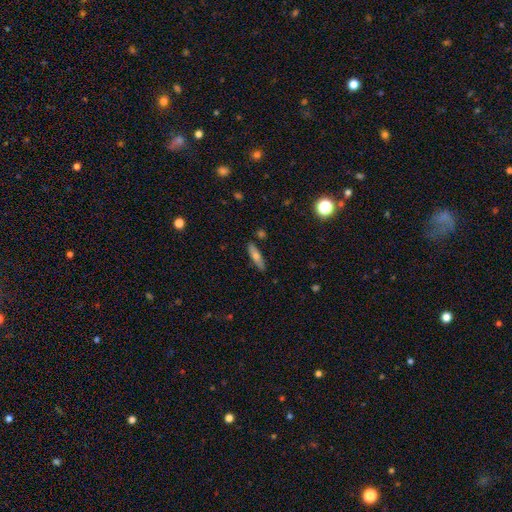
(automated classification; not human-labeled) This appears to be a smooth galaxy with no disk features (62%) that is cigar-shaped (73%). Merging: none (85%).